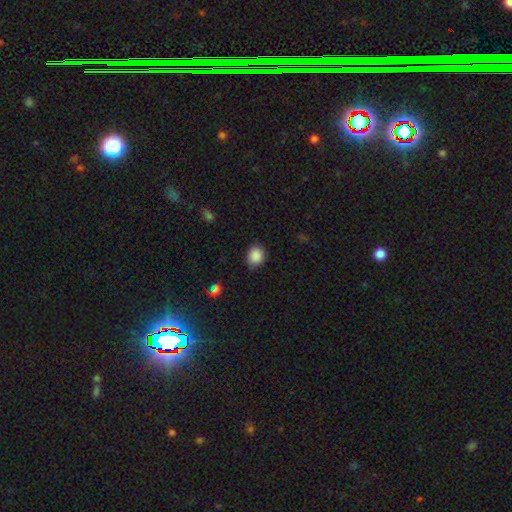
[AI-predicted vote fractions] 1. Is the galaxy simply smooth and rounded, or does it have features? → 88% smooth, 9% star or artifact, 3% featured or disk.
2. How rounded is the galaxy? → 64% round, 35% in between, 1% cigar-shaped.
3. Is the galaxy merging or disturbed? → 82% none, 14% minor disturbance, 3% major disturbance, 1% merger.